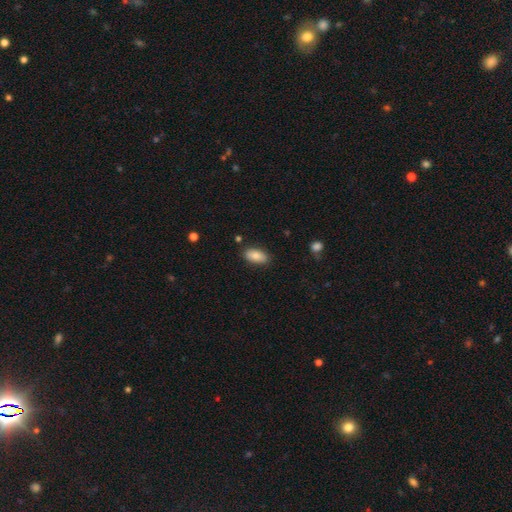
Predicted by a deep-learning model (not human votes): A smooth galaxy with no disk features (84%) that is in between round and cigar-shaped (92%). Merging: none (84%).